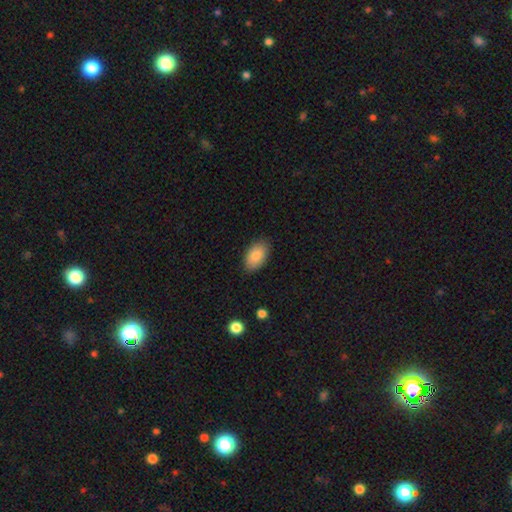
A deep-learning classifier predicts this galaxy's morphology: The model was most divided on "merging": none: 86%, minor disturbance: 11%, major disturbance: 2%, merger: 1%. More confident: how rounded — in between (93%); smooth or featured — smooth (86%).